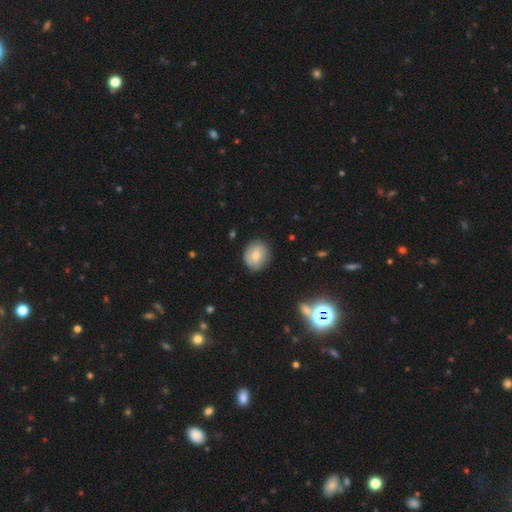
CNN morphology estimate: smooth-or-featured: smooth: 73% | featured or disk: 19% | star or artifact: 9%
  how-rounded: round: 70% | in between: 29% | cigar-shaped: 1%
  merging: none: 84% | minor disturbance: 13% | major disturbance: 3% | merger: 1%